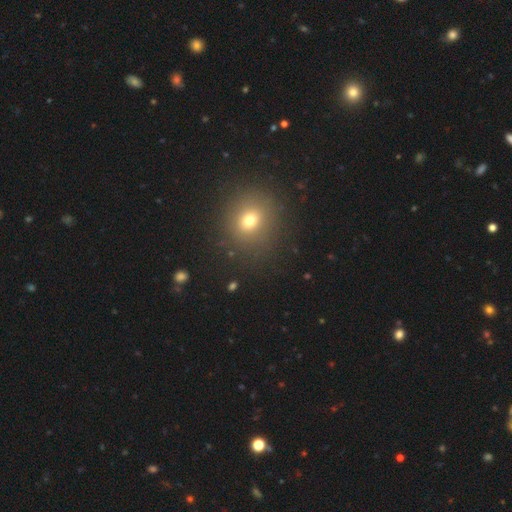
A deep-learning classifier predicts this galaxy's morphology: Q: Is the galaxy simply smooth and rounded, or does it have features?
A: smooth — 62%.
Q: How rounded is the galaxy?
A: round — 86%.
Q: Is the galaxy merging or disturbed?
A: none — 91%.